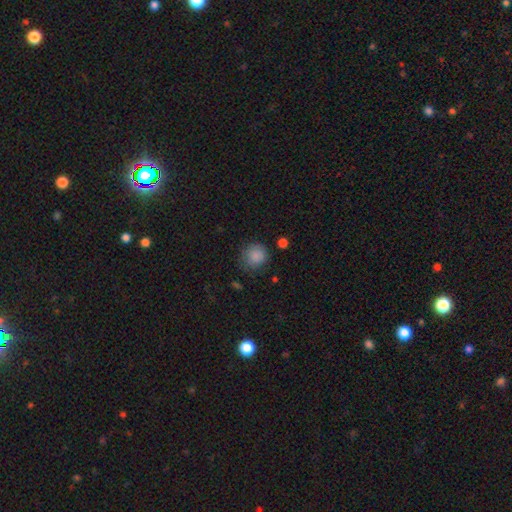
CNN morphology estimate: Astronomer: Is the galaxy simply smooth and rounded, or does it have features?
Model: smooth — 86%.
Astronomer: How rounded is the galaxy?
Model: round — 86%.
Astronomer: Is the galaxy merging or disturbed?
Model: none — 74%.